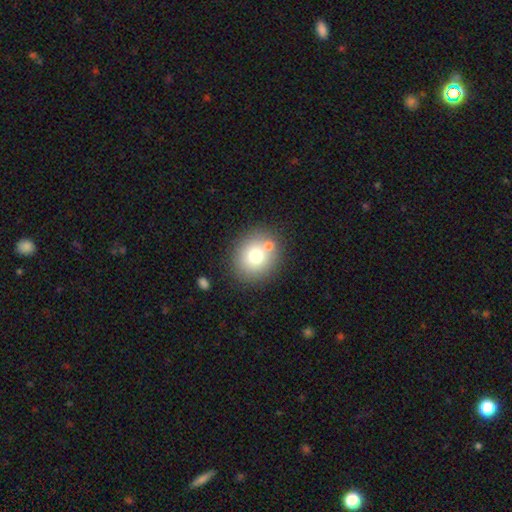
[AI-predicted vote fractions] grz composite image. It shows a smooth galaxy with no disk features (74%) that is round (76%). Merging: none (74%).